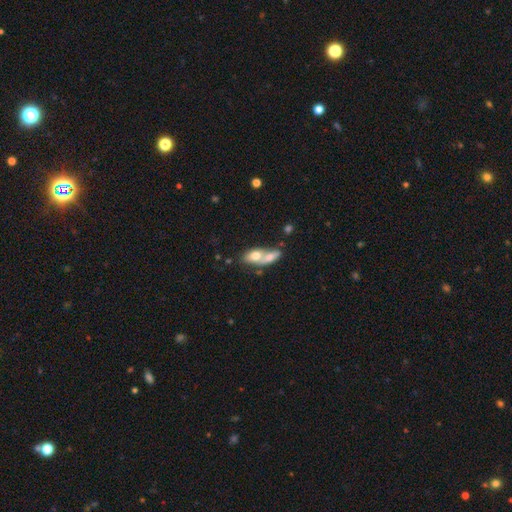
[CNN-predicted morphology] type=smooth (67%); roundness=in between (76%); merging=merger (71%).